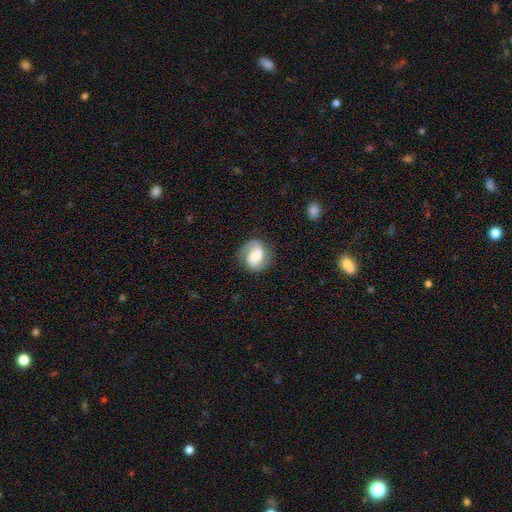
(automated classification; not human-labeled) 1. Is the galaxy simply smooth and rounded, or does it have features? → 68% featured or disk, 24% smooth, 8% star or artifact.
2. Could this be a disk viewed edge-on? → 98% no, 2% yes.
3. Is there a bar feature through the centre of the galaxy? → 44% no, 40% weak, 17% strong.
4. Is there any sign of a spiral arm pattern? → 93% yes, 7% no.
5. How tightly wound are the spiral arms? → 45% medium, 31% tight, 23% loose.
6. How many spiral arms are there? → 80% 2, 12% 1, 5% can't tell, 1% 3, 1% 4, 1% more than 4.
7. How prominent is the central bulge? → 32% large, 26% moderate, 20% small, 15% none, 8% dominant.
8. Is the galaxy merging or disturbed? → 74% none, 17% minor disturbance, 8% major disturbance, 2% merger.